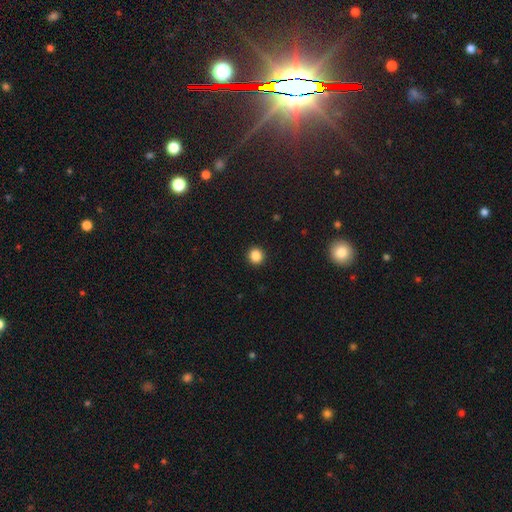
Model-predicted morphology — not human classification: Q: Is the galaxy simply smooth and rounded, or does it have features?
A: smooth — 86%.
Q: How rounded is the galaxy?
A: round — 91%.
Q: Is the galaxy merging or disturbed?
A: none — 92%.